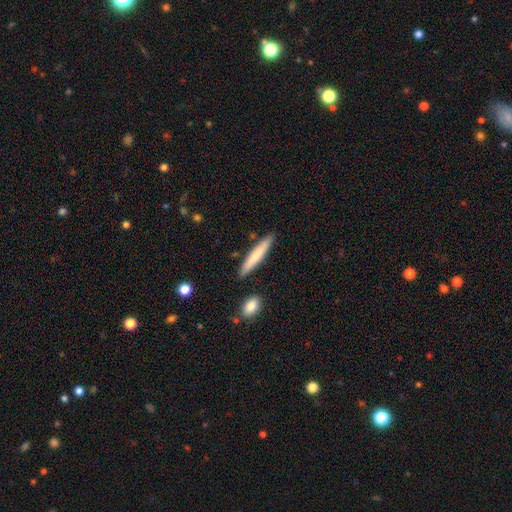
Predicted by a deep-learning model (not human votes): Smooth or featured? smooth (74%)
How rounded? cigar-shaped (93%)
Merging? none (87%)